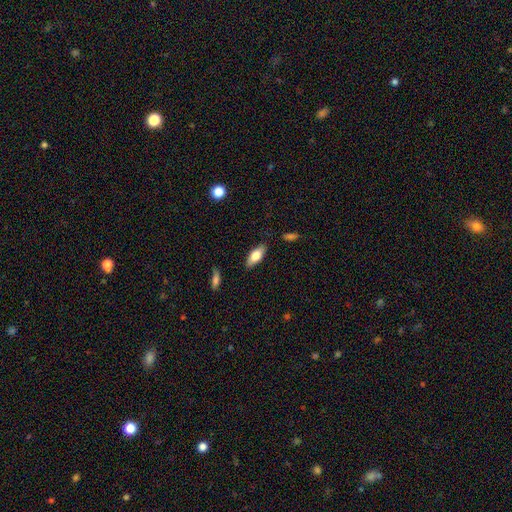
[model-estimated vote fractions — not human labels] Q: Smooth or featured?
A: smooth (71%); runner-up: featured or disk (22%)
Q: How rounded?
A: in between (79%); runner-up: cigar-shaped (18%)
Q: Merging?
A: none (84%); runner-up: minor disturbance (12%)